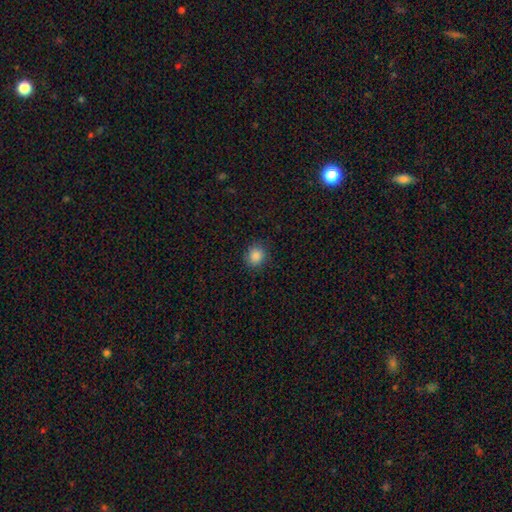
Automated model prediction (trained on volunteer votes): The model was most divided on "how rounded": round: 83%, in between: 16%, cigar-shaped: 1%. More confident: merging — none (87%); smooth or featured — smooth (86%).